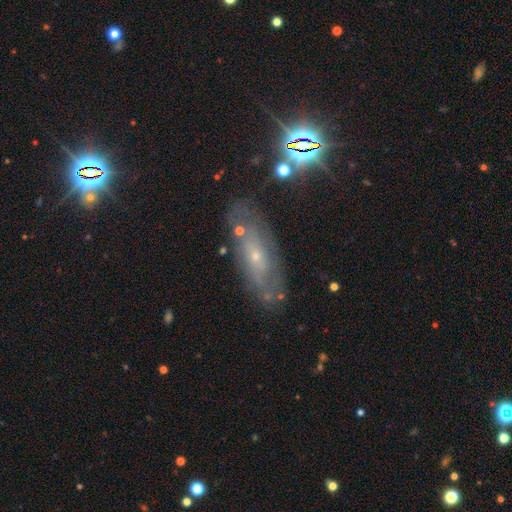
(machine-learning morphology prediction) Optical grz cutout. It shows a featured or disk galaxy (61%). Merging: none (74%).